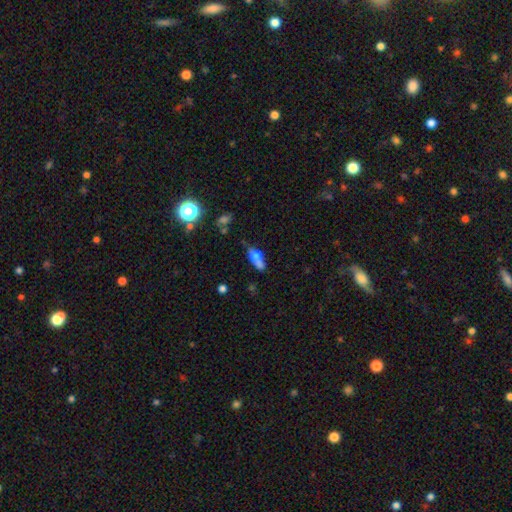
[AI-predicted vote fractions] Q: Smooth or featured?
A: smooth (55%); runner-up: featured or disk (34%)
Q: How rounded?
A: in between (55%); runner-up: cigar-shaped (38%)
Q: Merging?
A: none (38%); runner-up: minor disturbance (25%)